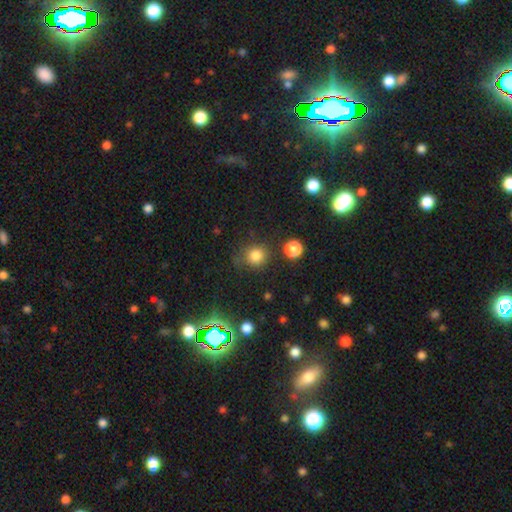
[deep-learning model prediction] This appears to be a smooth galaxy with no disk features (81%) that is round (88%). Merging: none (76%).